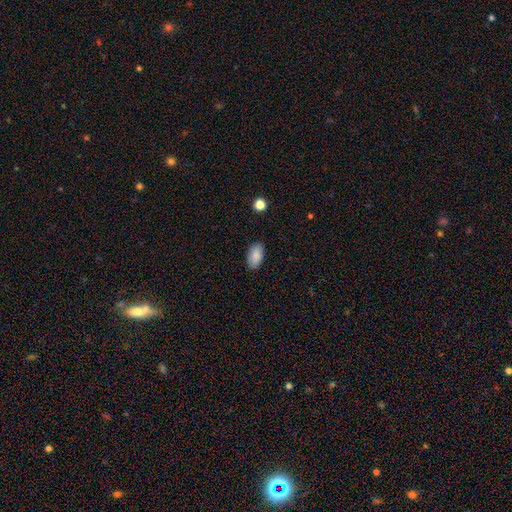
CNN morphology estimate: This appears to be a smooth galaxy with no disk features (87%) that is in between round and cigar-shaped (94%). Merging: none (84%).